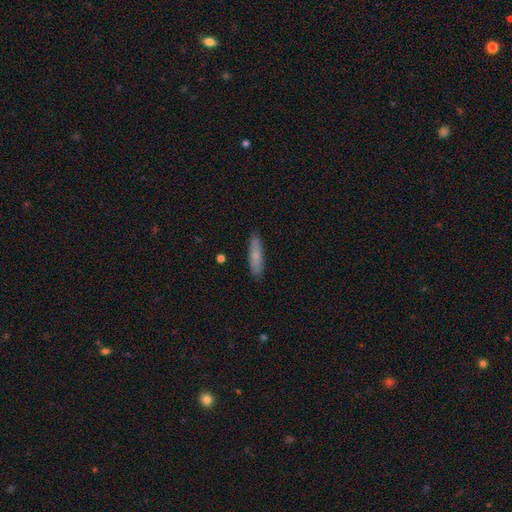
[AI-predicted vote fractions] smooth_or_featured: smooth (p=0.75) [alt: featured or disk p=0.19]
how_rounded: cigar-shaped (p=0.78) [alt: in between p=0.20]
merging: none (p=0.87) [alt: minor disturbance p=0.10]